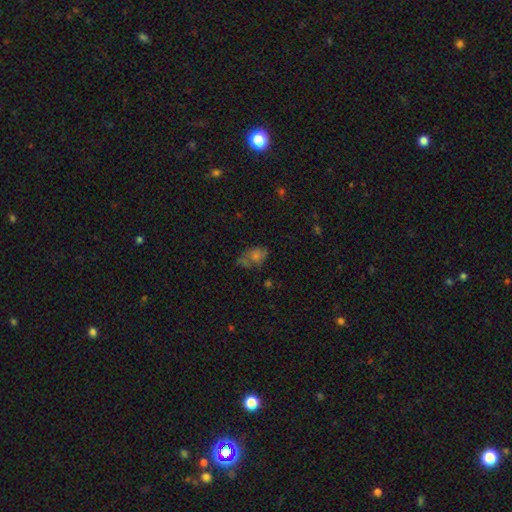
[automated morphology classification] Smooth or featured? smooth (55%)
How rounded? in between (72%)
Merging? none (49%)